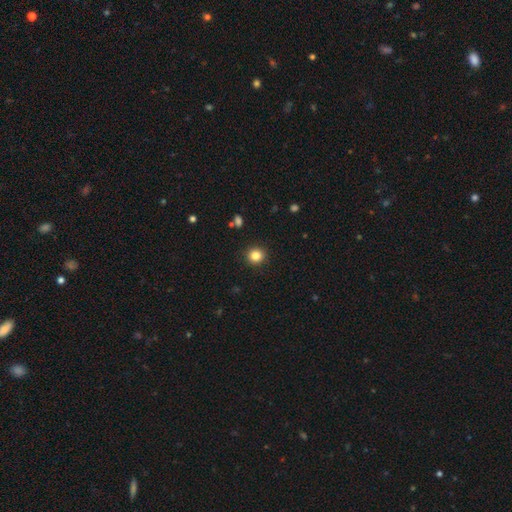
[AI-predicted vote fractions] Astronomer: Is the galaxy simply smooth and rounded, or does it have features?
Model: smooth — 84%.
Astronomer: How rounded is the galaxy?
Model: round — 87%.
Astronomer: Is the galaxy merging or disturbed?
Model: none — 91%.